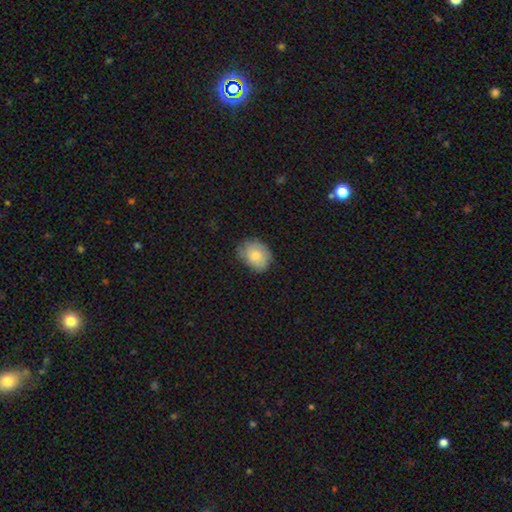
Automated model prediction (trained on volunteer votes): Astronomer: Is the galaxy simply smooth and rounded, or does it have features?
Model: smooth — 79%.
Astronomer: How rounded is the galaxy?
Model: in between — 56% (runner-up: round, 43%).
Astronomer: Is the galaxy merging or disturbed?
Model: none — 67%.